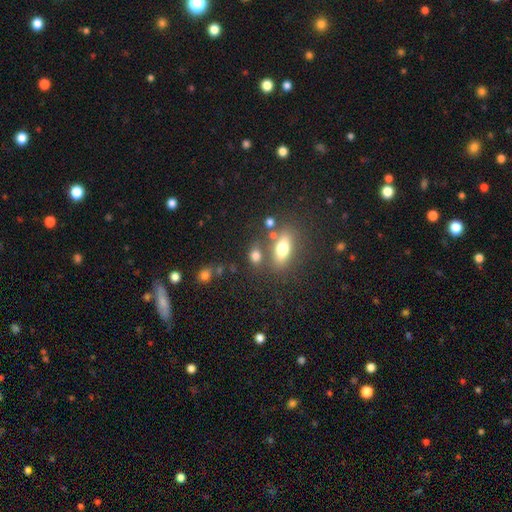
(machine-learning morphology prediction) This is likely a smooth galaxy (75%). How rounded: likely in between (67%). Merging: likely none (61%).